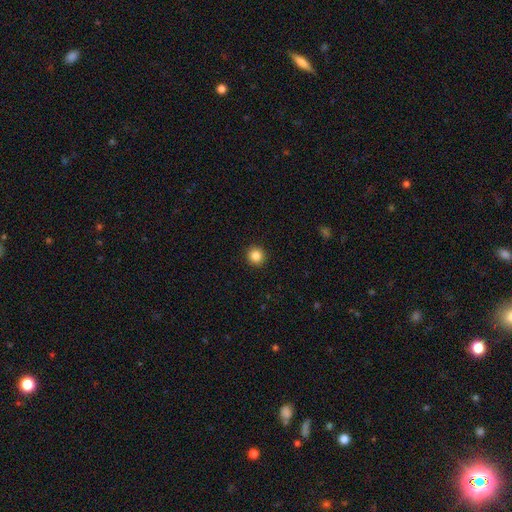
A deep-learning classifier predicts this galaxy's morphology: smooth-or-featured: smooth: 85% | star or artifact: 10% | featured or disk: 4%
  how-rounded: round: 93% | in between: 6% | cigar-shaped: 1%
  merging: none: 93% | minor disturbance: 5% | major disturbance: 2% | merger: 1%